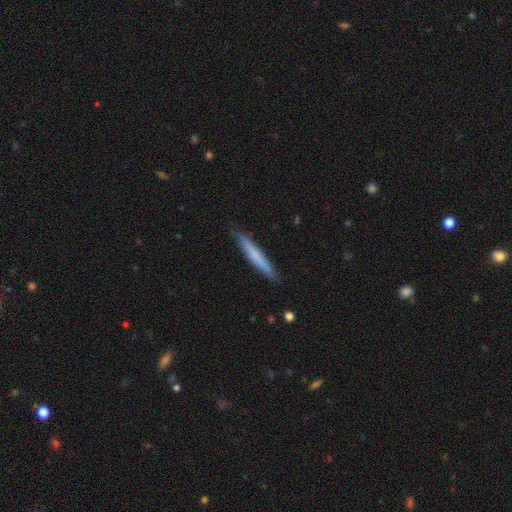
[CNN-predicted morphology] smooth 70%, featured or disk 24%, star or artifact 5%. Down the decision tree: how rounded — cigar-shaped (96%); merging — none (88%).